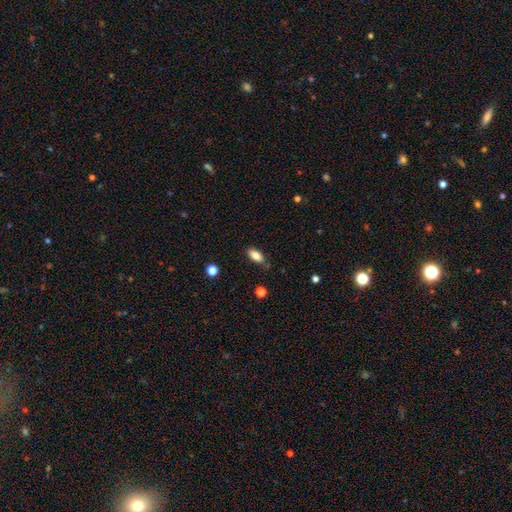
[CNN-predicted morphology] The model was most divided on "merging": none: 78%, minor disturbance: 17%, major disturbance: 3%, merger: 2%. More confident: how rounded — in between (87%); smooth or featured — smooth (84%).